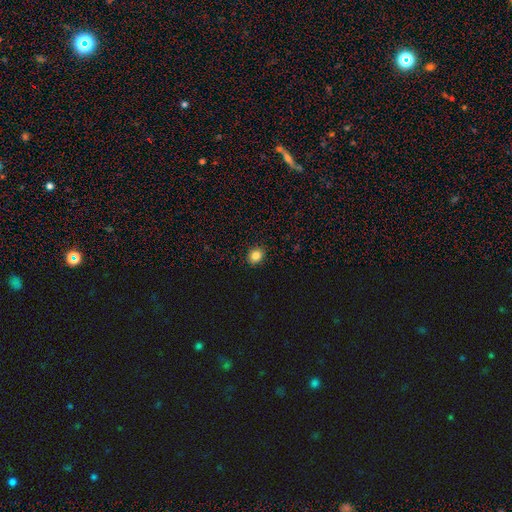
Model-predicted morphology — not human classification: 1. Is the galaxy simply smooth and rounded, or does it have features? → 83% smooth, 12% star or artifact, 5% featured or disk.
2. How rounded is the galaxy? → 76% round, 23% in between, 1% cigar-shaped.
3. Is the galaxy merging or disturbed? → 91% none, 6% minor disturbance, 2% major disturbance, 1% merger.